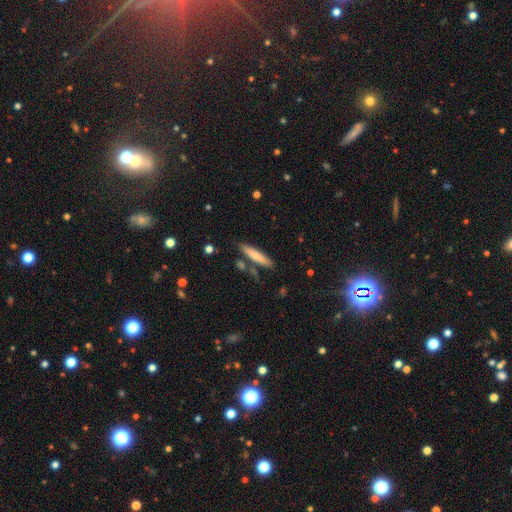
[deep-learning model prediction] Morphology: type=smooth (71%); roundness=cigar-shaped (87%); merging=none (78%).